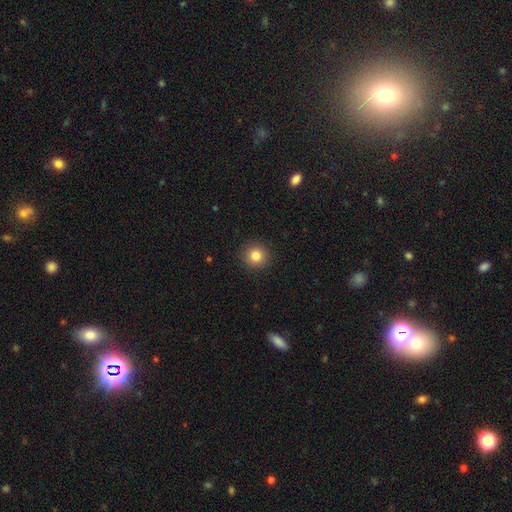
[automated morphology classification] Smooth or featured? smooth (83%)
How rounded? round (94%)
Merging? none (92%)